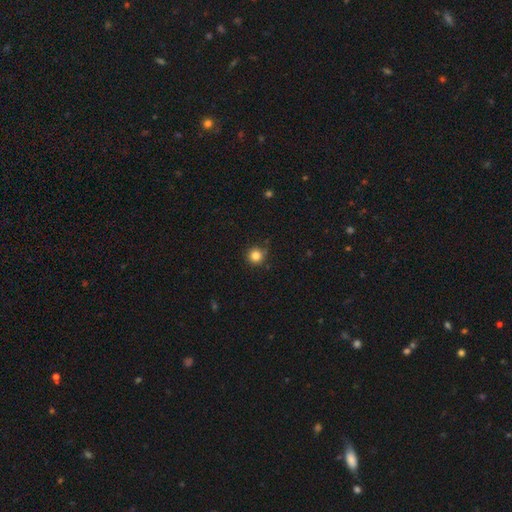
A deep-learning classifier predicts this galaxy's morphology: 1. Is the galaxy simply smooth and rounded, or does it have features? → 82% smooth, 13% star or artifact, 5% featured or disk.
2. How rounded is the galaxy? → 95% round, 4% in between, 1% cigar-shaped.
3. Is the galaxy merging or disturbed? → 85% none, 10% minor disturbance, 2% major disturbance, 2% merger.